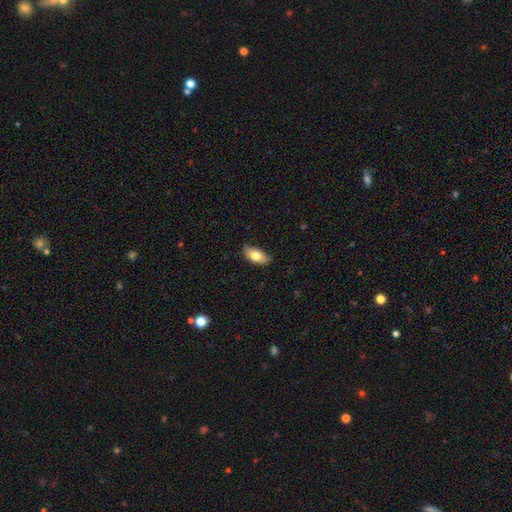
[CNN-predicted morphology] smooth-or-featured: smooth: 74% | featured or disk: 20% | star or artifact: 7%
  how-rounded: in between: 89% | cigar-shaped: 7% | round: 5%
  merging: none: 74% | minor disturbance: 21% | major disturbance: 3% | merger: 1%